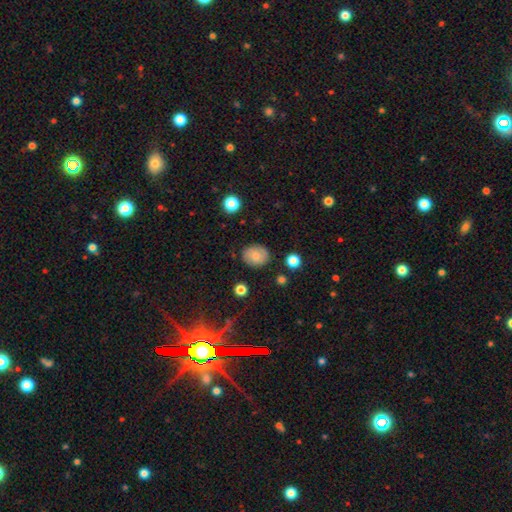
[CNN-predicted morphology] Smooth or featured?
  - smooth: 72% *
  - featured or disk: 19%
  - star or artifact: 9%
How rounded?
  - round: 63% *
  - in between: 36%
  - cigar-shaped: 1%
Merging?
  - none: 84% *
  - minor disturbance: 12%
  - major disturbance: 3%
  - merger: 2%